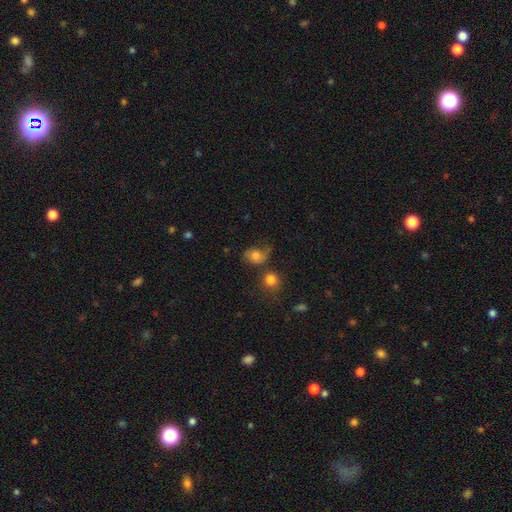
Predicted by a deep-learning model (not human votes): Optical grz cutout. It shows a smooth galaxy with no disk features (63%) that is round (58%). Merging: none (45%).